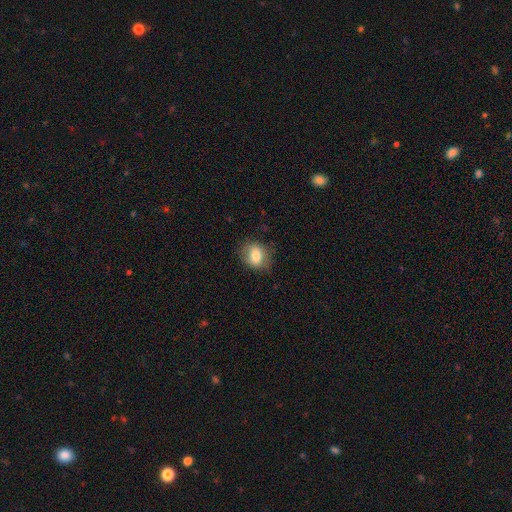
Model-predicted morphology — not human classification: smooth-or-featured: smooth: 77% | featured or disk: 15% | star or artifact: 8%
  how-rounded: in between: 52% | round: 47% | cigar-shaped: 1%
  merging: none: 77% | minor disturbance: 17% | major disturbance: 5% | merger: 1%